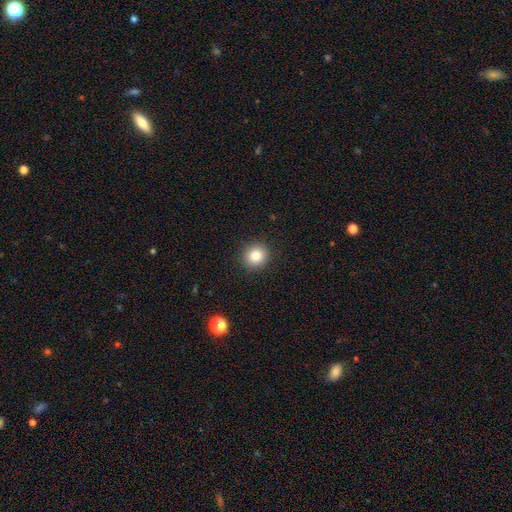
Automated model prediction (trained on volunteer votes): The model was most divided on "smooth or featured": smooth: 83%, star or artifact: 11%, featured or disk: 6%. More confident: merging — none (91%); how rounded — round (88%).